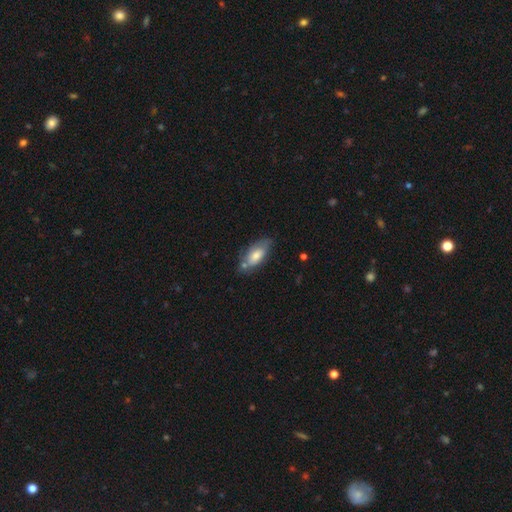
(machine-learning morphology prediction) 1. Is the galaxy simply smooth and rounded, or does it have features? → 66% smooth, 27% featured or disk, 7% star or artifact.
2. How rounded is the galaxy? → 85% in between, 13% cigar-shaped, 2% round.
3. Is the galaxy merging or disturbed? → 61% none, 25% minor disturbance, 7% merger, 6% major disturbance.